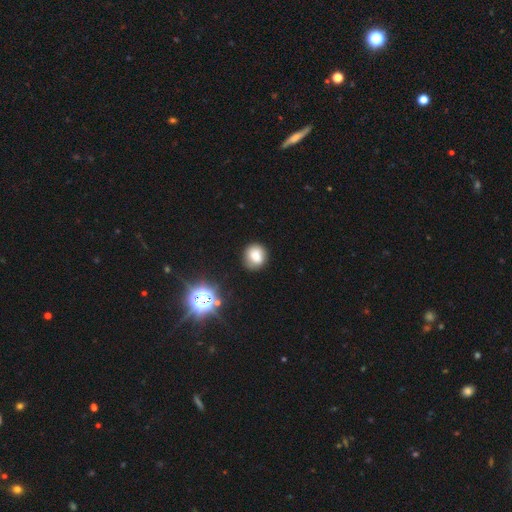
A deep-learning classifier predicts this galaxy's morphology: This is likely a smooth galaxy (78%). How rounded: likely round (78%). Merging: likely none (78%).